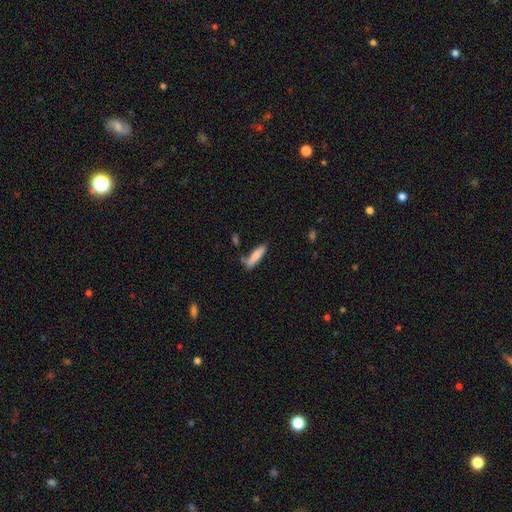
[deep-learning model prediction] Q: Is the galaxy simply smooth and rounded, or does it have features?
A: smooth — 80%.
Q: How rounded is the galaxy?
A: cigar-shaped — 74%.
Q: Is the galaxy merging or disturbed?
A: none — 64%.